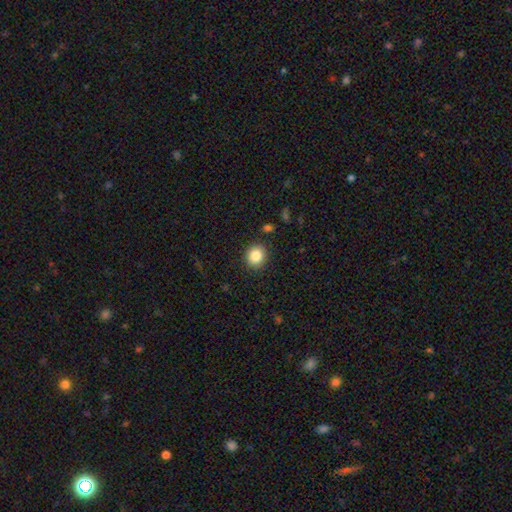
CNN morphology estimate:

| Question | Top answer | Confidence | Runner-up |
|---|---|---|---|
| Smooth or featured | smooth | 85% | star or artifact (9%) |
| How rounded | round | 76% | in between (23%) |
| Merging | none | 89% | minor disturbance (7%) |